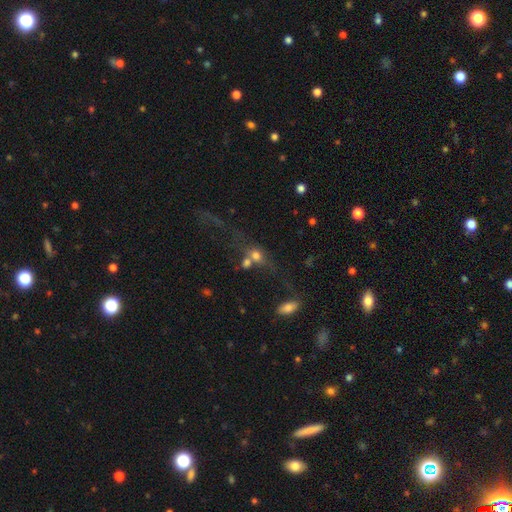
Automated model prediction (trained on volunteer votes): Overall: smooth (64%). How rounded: round (55%; in between 39%). Merging: merger (47%; none 30%).